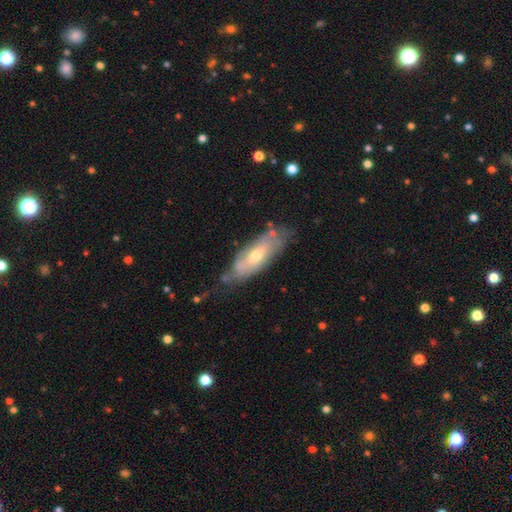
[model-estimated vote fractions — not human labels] smooth_or_featured: featured or disk (p=0.52) [alt: smooth p=0.42]
disk_edge_on: no (p=0.72) [alt: yes p=0.28]
merging: none (p=0.56) [alt: minor disturbance p=0.29]